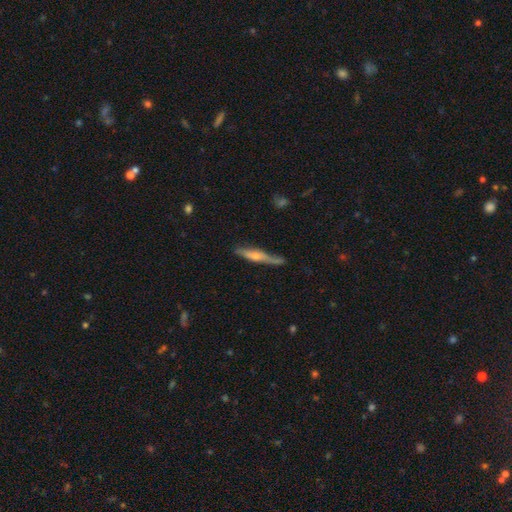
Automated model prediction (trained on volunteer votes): smooth-or-featured: featured or disk: 58% | smooth: 36% | star or artifact: 6%
  disk-edge-on: yes: 91% | no: 9%
    edge-on-bulge: rounded: 79% | none: 13% | boxy: 8%
  merging: none: 68% | minor disturbance: 23% | major disturbance: 6% | merger: 3%